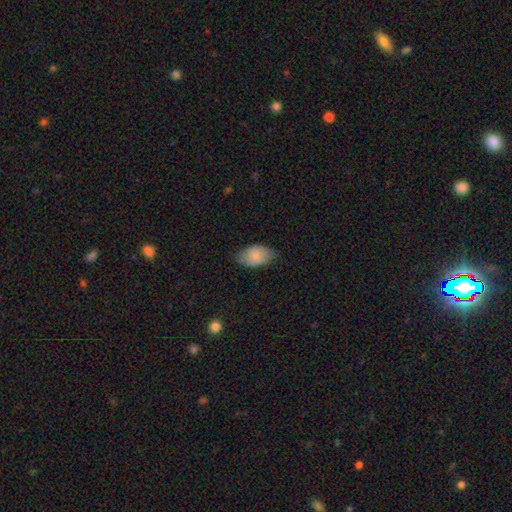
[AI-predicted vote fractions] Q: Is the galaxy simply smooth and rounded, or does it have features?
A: smooth — 79%.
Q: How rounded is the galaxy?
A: in between — 92%.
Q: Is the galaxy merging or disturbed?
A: none — 67%.